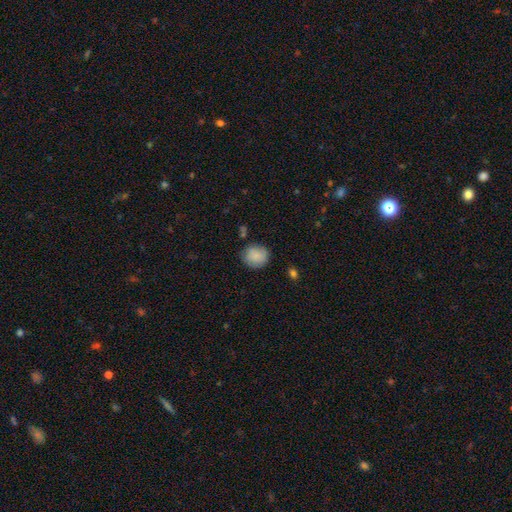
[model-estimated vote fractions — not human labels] Smooth or featured: smooth — 86% (star or artifact — 7%)
How rounded: round — 81% (in between — 18%)
Merging: none — 78% (minor disturbance — 16%)